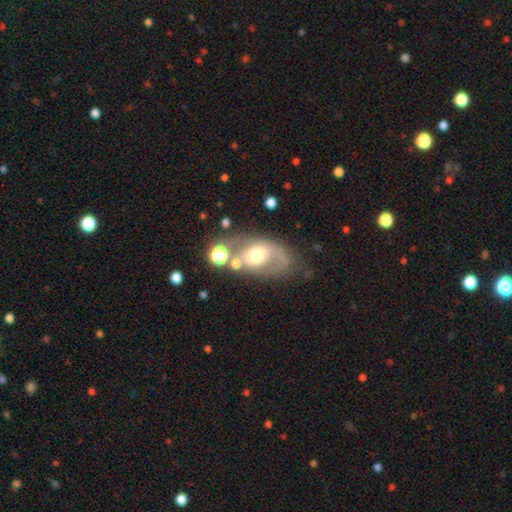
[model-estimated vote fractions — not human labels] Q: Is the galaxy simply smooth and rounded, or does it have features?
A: featured or disk — 56%.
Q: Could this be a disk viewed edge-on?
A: no — 93%.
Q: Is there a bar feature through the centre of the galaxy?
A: no — 65%.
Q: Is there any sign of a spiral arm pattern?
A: yes — 51%.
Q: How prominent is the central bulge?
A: moderate — 63%.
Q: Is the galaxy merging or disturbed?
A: none — 50%.